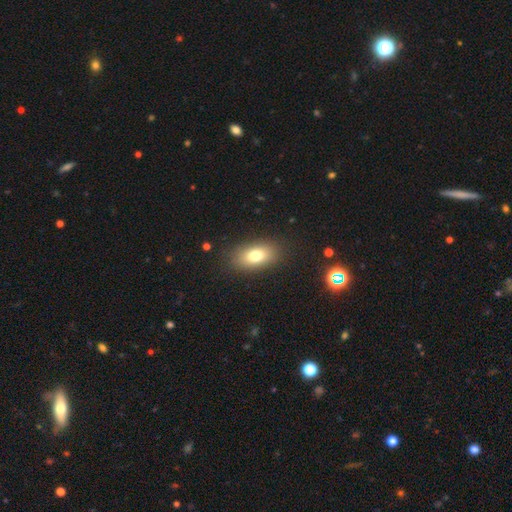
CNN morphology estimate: The model was most divided on "smooth or featured": smooth: 76%, featured or disk: 14%, star or artifact: 10%. More confident: how rounded — in between (87%); merging — none (86%).